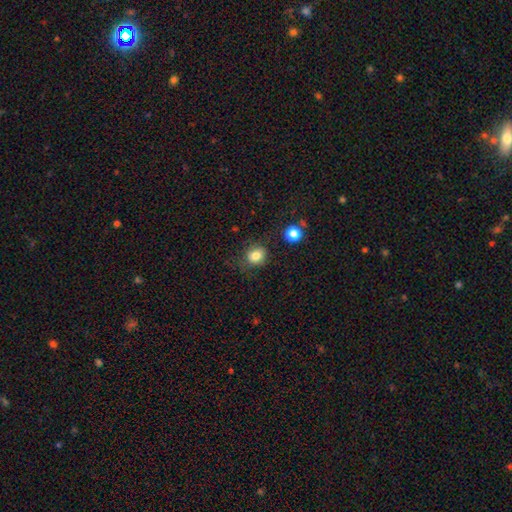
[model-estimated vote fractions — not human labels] Smooth or featured? smooth (82%)
How rounded? round (76%)
Merging? none (77%)